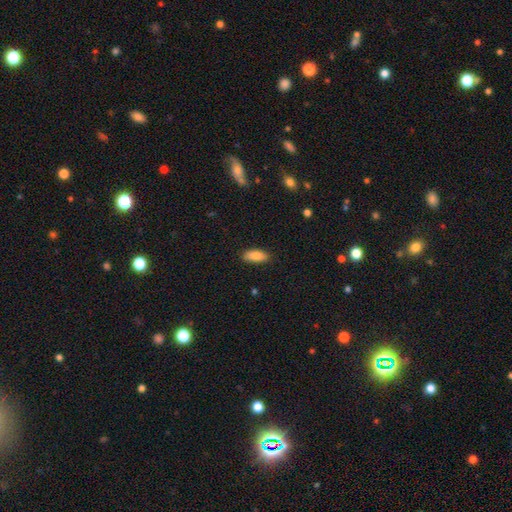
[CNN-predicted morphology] Smooth or featured?
  - smooth: 85% *
  - featured or disk: 8%
  - star or artifact: 7%
How rounded?
  - in between: 83% *
  - cigar-shaped: 15%
  - round: 2%
Merging?
  - none: 86% *
  - minor disturbance: 11%
  - major disturbance: 2%
  - merger: 1%